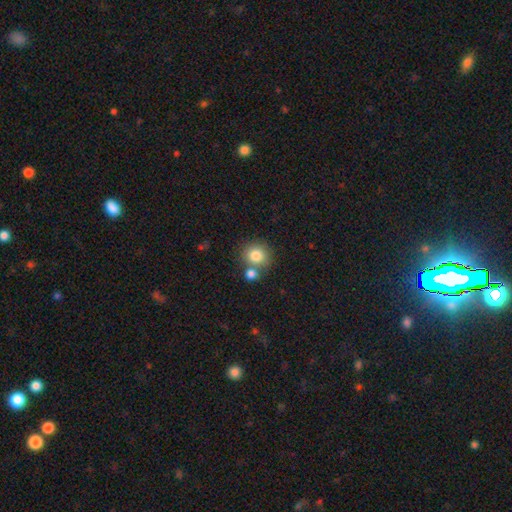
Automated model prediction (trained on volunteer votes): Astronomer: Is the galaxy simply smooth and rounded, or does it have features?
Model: smooth — 81%.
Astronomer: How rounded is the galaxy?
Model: round — 87%.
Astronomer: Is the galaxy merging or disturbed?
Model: none — 63%.